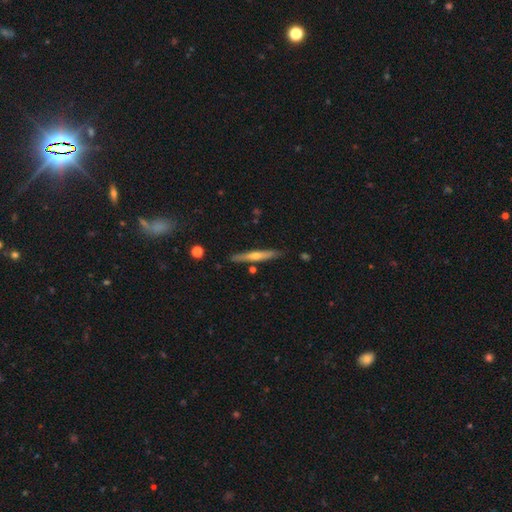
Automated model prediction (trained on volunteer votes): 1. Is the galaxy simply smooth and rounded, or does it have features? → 61% featured or disk, 33% smooth, 6% star or artifact.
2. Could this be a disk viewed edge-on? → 95% yes, 5% no.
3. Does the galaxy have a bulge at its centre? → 79% rounded, 18% none, 3% boxy.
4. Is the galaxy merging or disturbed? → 88% none, 9% minor disturbance, 2% merger, 2% major disturbance.